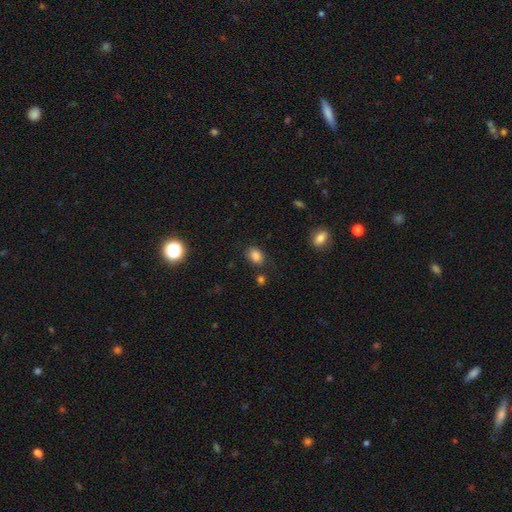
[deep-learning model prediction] Smooth or featured?
  - smooth: 84% *
  - star or artifact: 11%
  - featured or disk: 4%
How rounded?
  - in between: 66% *
  - round: 33%
  - cigar-shaped: 1%
Merging?
  - none: 78% *
  - minor disturbance: 14%
  - major disturbance: 4%
  - merger: 4%